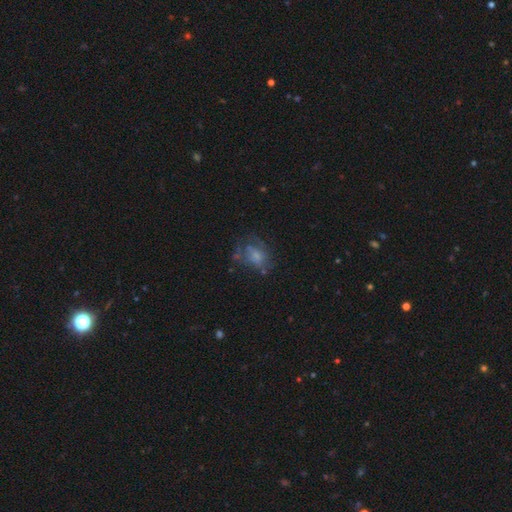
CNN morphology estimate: smooth-or-featured: featured or disk: 44% | smooth: 43% | star or artifact: 13%
  merging: none: 40% | major disturbance: 31% | minor disturbance: 23% | merger: 5%